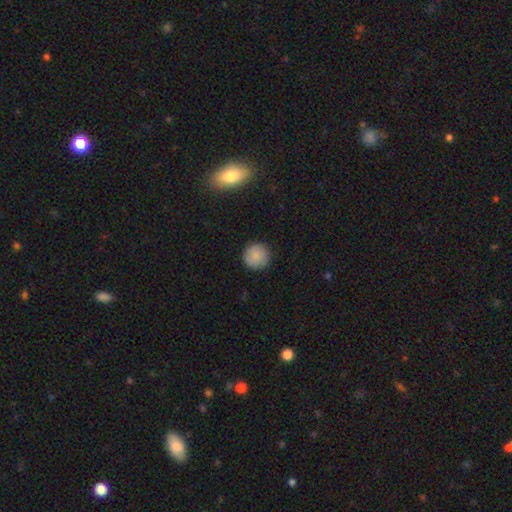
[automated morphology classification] Overall: smooth (87%). How rounded: round (96%). Merging: none (90%).